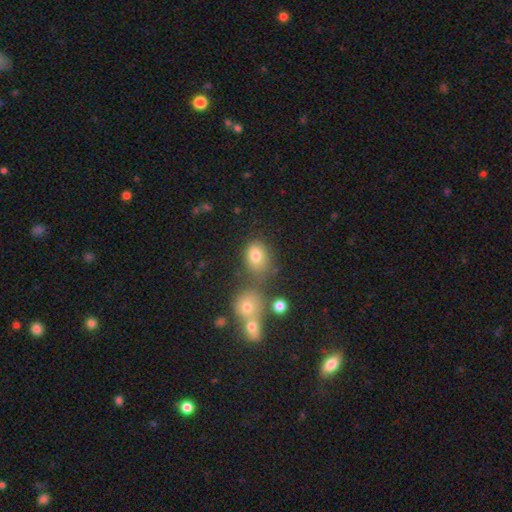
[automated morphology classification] A smooth galaxy with no disk features (77%) that is in between round and cigar-shaped (57%).

Vote fractions:
- Smooth or featured? smooth: 77% / star or artifact: 13% / featured or disk: 9%
- How rounded? in between: 57% / round: 42% / cigar-shaped: 1%
- Merging? none: 58% / merger: 21% / minor disturbance: 14% / major disturbance: 6%